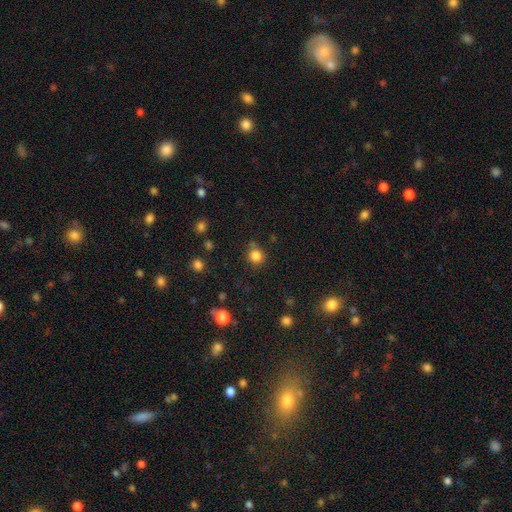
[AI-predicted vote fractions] Smooth or featured? smooth (83%)
How rounded? round (89%)
Merging? none (73%)